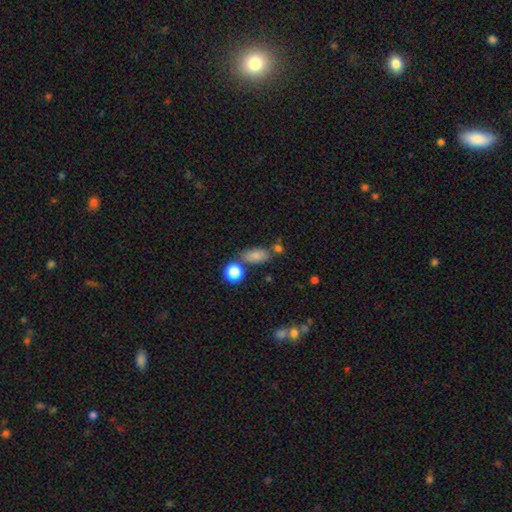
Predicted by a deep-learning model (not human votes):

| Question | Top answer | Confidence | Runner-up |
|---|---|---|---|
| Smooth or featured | smooth | 81% | star or artifact (11%) |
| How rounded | in between | 84% | round (9%) |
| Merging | none | 66% | minor disturbance (15%) |